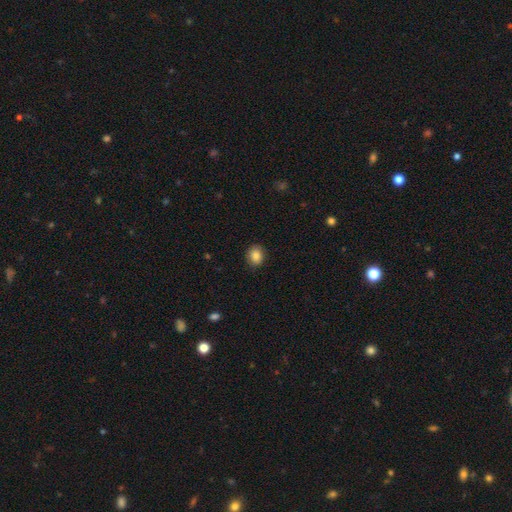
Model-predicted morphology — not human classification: Smooth or featured: smooth — 86% (star or artifact — 9%)
How rounded: round — 57% (in between — 42%)
Merging: none — 88% (minor disturbance — 9%)